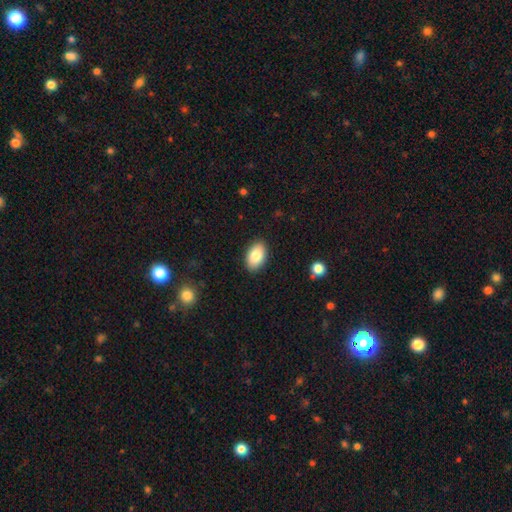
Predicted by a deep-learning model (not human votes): This is clearly a smooth galaxy (84%). How rounded: clearly in between (92%). Merging: clearly none (89%).